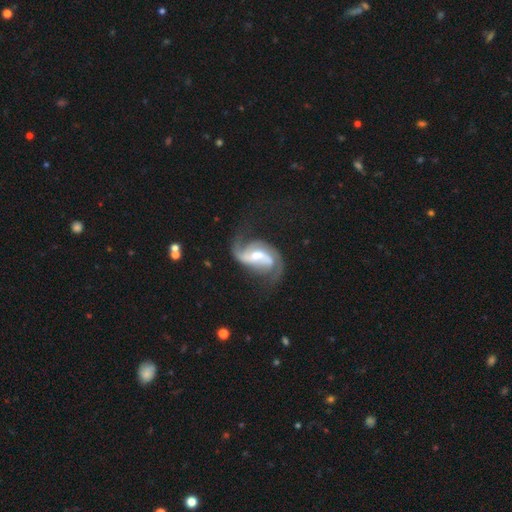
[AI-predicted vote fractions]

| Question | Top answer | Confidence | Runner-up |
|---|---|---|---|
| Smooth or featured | featured or disk | 87% | smooth (7%) |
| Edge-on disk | no | 97% | yes (3%) |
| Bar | weak | 43% | strong (36%) |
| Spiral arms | yes | 96% | no (4%) |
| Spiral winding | loose | 55% | medium (36%) |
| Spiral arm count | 2 | 86% | can't tell (4%) |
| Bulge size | moderate | 52% | small (38%) |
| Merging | none | 54% | major disturbance (21%) |